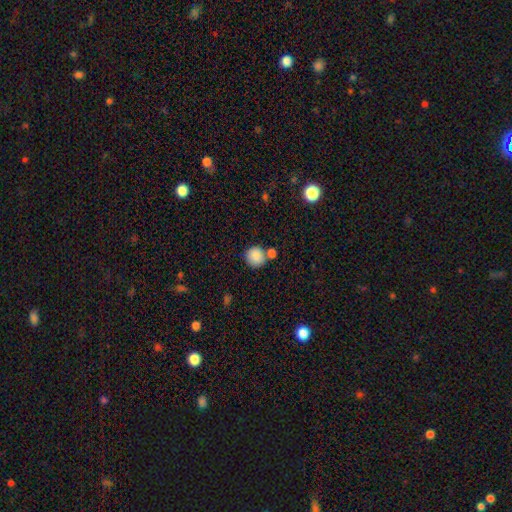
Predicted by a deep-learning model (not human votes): This appears to be a smooth galaxy with no disk features (87%) that is round (87%). Merging: none (58%).